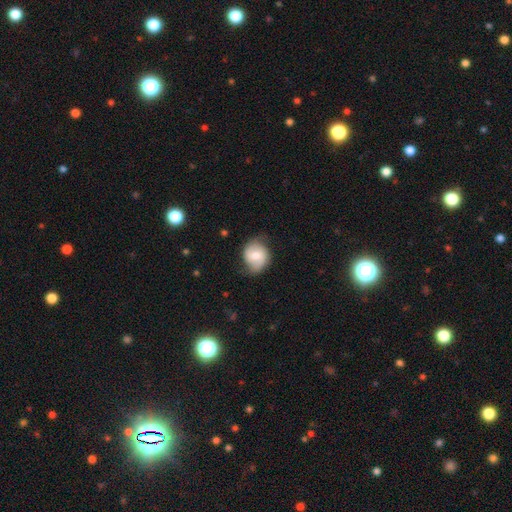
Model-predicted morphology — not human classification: Q: Smooth or featured?
A: smooth (52%); runner-up: featured or disk (41%)
Q: How rounded?
A: round (64%); runner-up: in between (35%)
Q: Merging?
A: none (64%); runner-up: minor disturbance (27%)